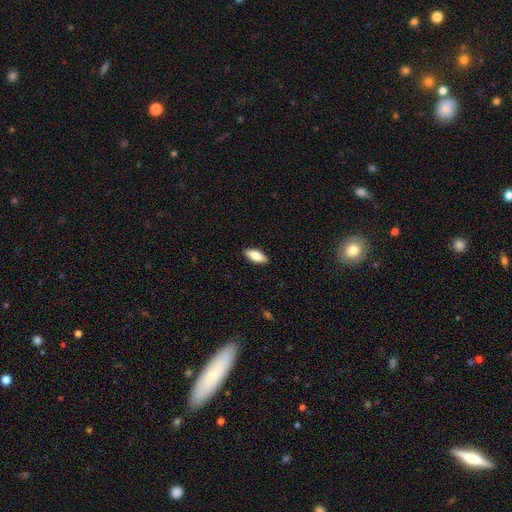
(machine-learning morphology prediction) This is likely a smooth galaxy (79%). How rounded: likely in between (76%). Merging: clearly none (90%).